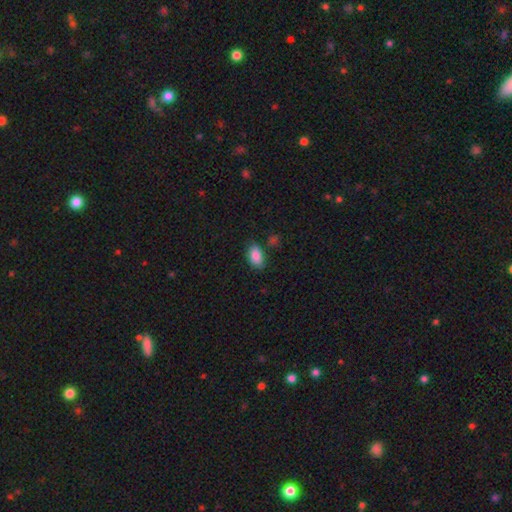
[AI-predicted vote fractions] This is clearly a smooth galaxy (87%). How rounded: clearly in between (91%). Merging: likely none (79%).